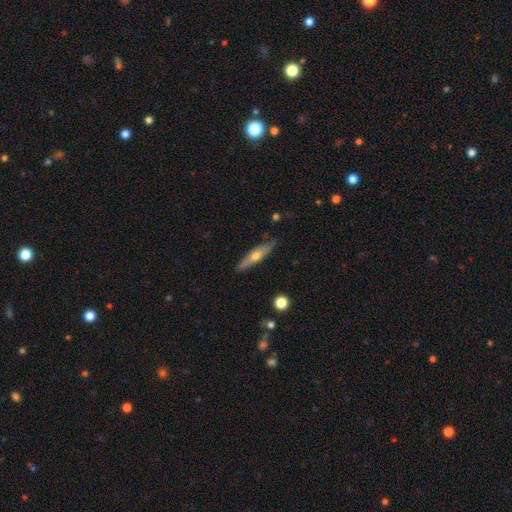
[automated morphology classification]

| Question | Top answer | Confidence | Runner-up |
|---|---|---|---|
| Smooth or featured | featured or disk | 52% | smooth (42%) |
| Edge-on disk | yes | 89% | no (11%) |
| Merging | none | 84% | minor disturbance (12%) |